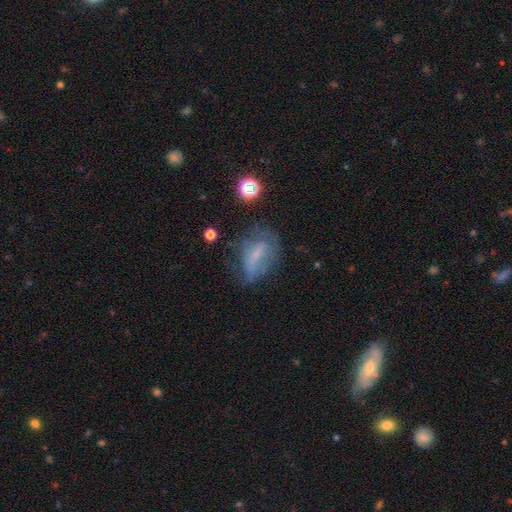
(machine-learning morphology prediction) Overall: smooth (43%, tied with featured or disk). Merging: none (44%; minor disturbance 28%).